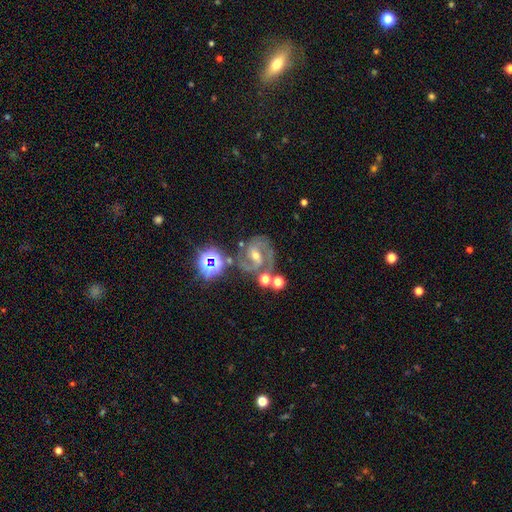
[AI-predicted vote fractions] smooth_or_featured: featured or disk (p=0.82) [alt: star or artifact p=0.12]
disk_edge_on: no (p=0.98) [alt: yes p=0.02]
bar: weak (p=0.43) [alt: strong p=0.37]
has_spiral_arms: yes (p=0.97) [alt: no p=0.03]
spiral_winding: medium (p=0.55) [alt: tight p=0.35]
spiral_arm_count: 2 (p=0.82) [alt: 3 p=0.08]
bulge_size: moderate (p=0.50) [alt: small p=0.46]
merging: none (p=0.65) [alt: minor disturbance p=0.18]